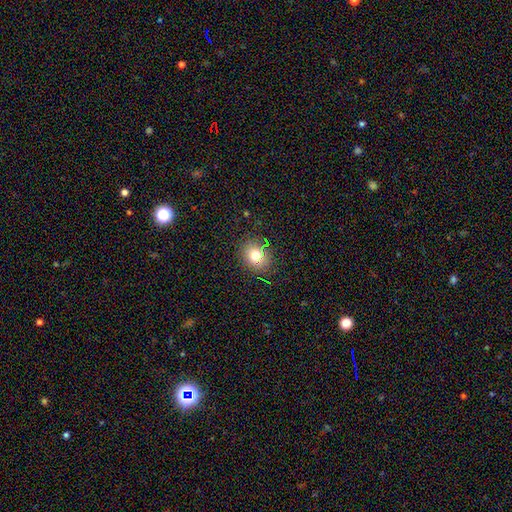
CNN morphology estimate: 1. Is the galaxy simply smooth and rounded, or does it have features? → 73% smooth, 17% star or artifact, 10% featured or disk.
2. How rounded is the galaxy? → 70% round, 29% in between, 1% cigar-shaped.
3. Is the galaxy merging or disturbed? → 85% none, 10% minor disturbance, 3% major disturbance, 2% merger.